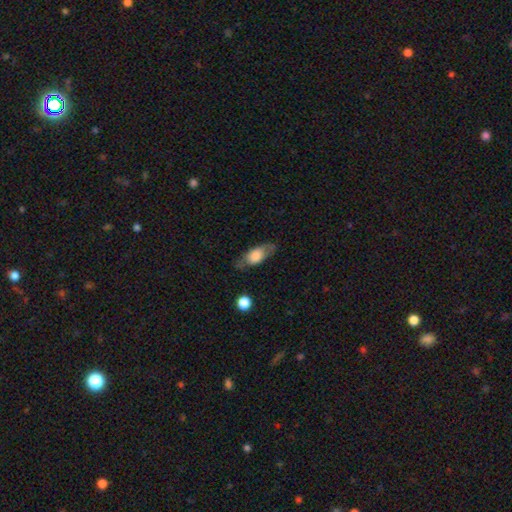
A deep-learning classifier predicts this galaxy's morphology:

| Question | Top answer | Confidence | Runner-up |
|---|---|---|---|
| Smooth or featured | smooth | 61% | featured or disk (32%) |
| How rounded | in between | 77% | cigar-shaped (18%) |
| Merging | none | 68% | minor disturbance (22%) |